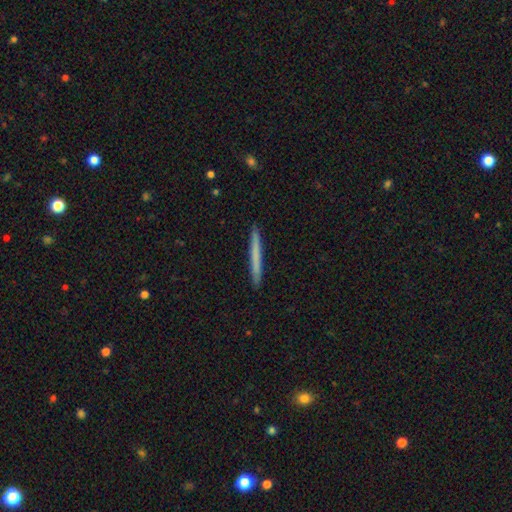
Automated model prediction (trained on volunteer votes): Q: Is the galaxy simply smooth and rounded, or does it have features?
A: smooth — 65%.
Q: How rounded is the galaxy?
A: cigar-shaped — 97%.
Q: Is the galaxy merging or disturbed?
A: none — 93%.